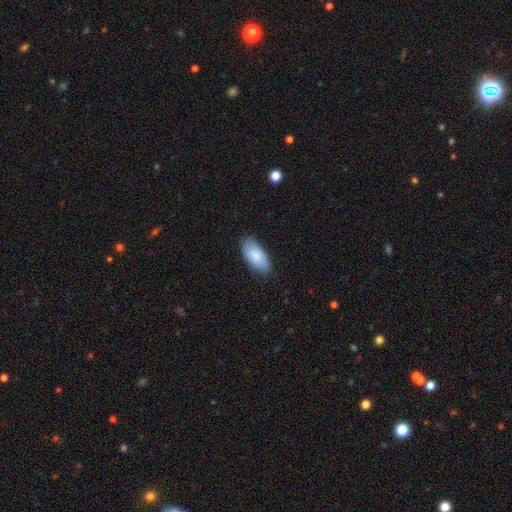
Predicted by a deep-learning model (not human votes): smooth 84%, featured or disk 10%, star or artifact 6%. Down the decision tree: how rounded — in between (92%); merging — none (81%).